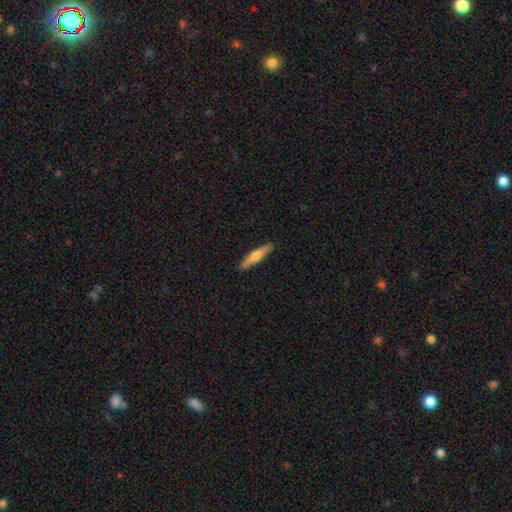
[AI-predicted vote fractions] A smooth galaxy with no disk features (57%) that is cigar-shaped (86%). Merging: none (90%).